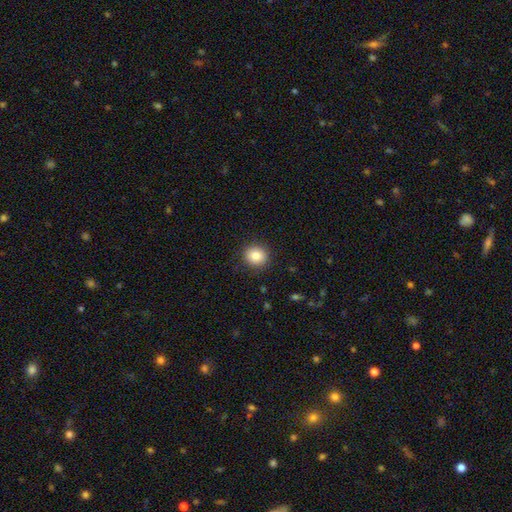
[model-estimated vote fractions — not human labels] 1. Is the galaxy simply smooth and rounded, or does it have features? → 84% smooth, 9% star or artifact, 7% featured or disk.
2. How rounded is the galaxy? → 84% round, 15% in between, 1% cigar-shaped.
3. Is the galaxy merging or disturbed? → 90% none, 7% minor disturbance, 2% major disturbance, 1% merger.